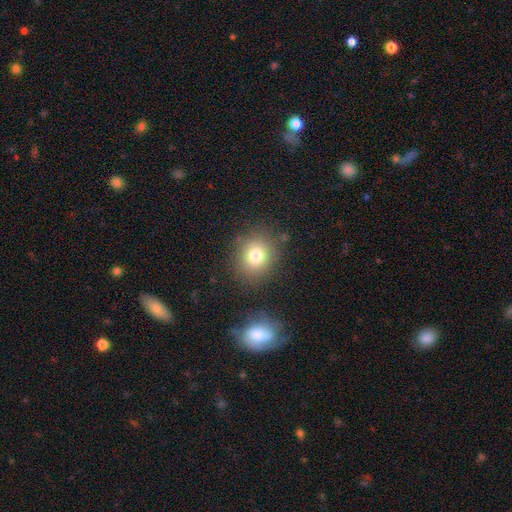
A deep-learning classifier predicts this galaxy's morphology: Smooth or featured? Predicted: smooth (p=0.77). How rounded? Predicted: round (p=0.71). Merging? Predicted: none (p=0.81).